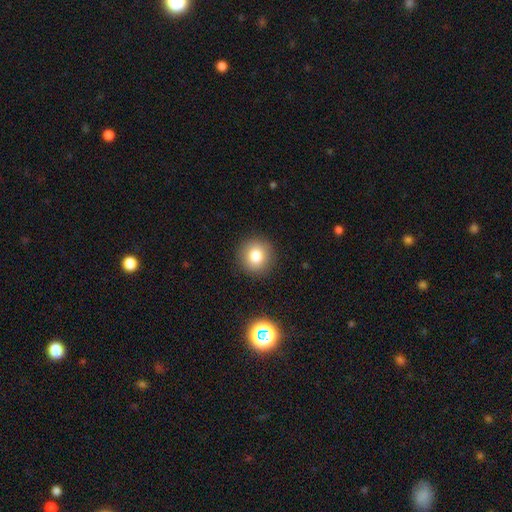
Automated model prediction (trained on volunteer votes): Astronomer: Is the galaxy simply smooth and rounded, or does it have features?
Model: smooth — 79%.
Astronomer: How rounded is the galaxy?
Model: round — 92%.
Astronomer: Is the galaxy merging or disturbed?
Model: none — 90%.